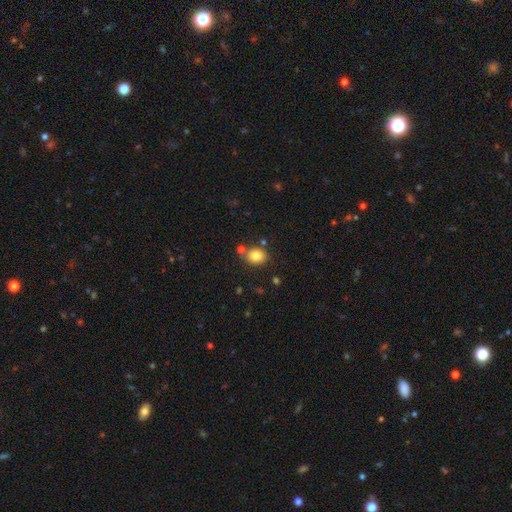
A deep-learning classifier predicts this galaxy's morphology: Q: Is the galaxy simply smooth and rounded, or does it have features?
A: smooth — 82%.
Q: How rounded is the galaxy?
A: in between — 54%.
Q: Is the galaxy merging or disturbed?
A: none — 74%.